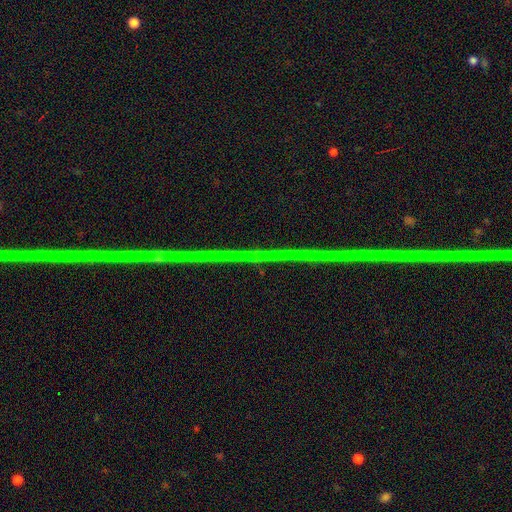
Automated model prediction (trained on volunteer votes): star or artifact 87%, featured or disk 9%, smooth 4%.